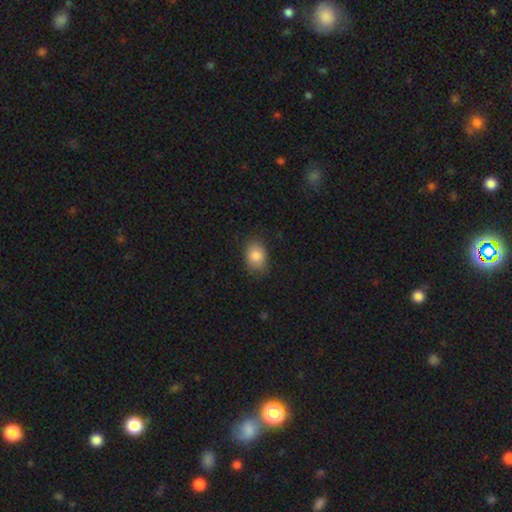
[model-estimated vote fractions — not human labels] smooth-or-featured: smooth: 85% | star or artifact: 8% | featured or disk: 7%
  how-rounded: in between: 68% | round: 31% | cigar-shaped: 1%
  merging: none: 81% | minor disturbance: 15% | major disturbance: 4% | merger: 1%